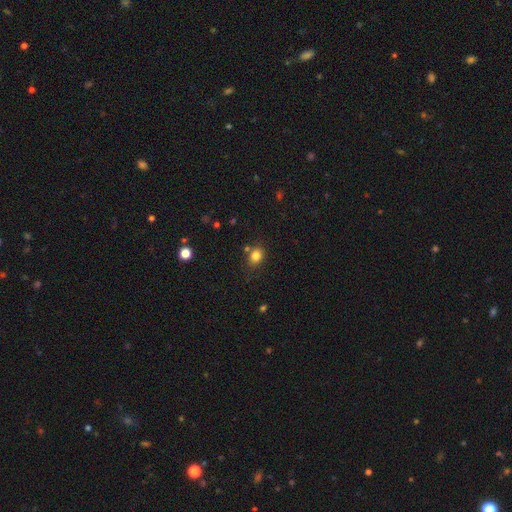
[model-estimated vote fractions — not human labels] Smooth or featured? Predicted: smooth (p=0.81). How rounded? Predicted: round (p=0.60). Merging? Predicted: none (p=0.74).